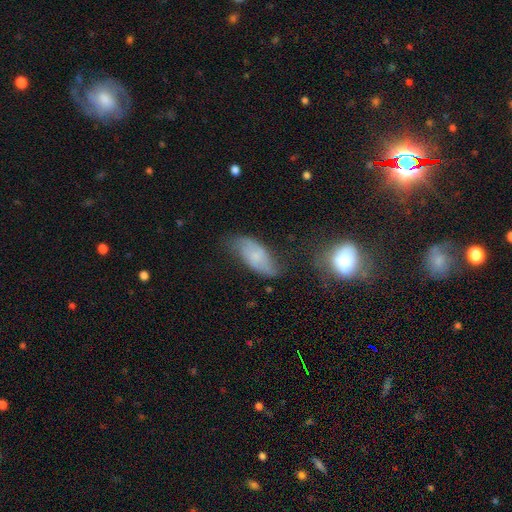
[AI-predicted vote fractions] Overall: smooth (49%; featured or disk 42%). Merging: none (53%; minor disturbance 31%).